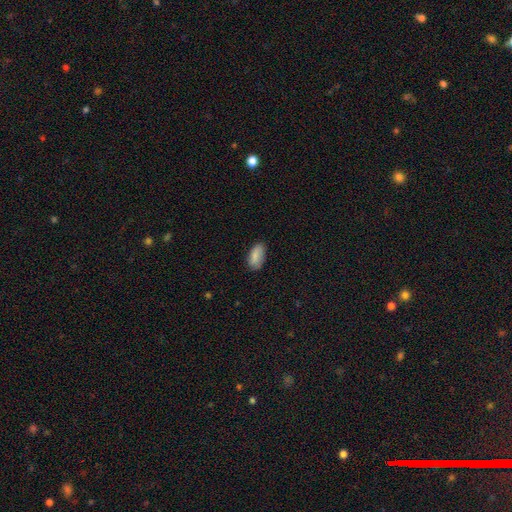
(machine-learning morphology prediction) Q: Smooth or featured?
A: smooth (85%); runner-up: featured or disk (9%)
Q: How rounded?
A: in between (91%); runner-up: cigar-shaped (6%)
Q: Merging?
A: none (79%); runner-up: minor disturbance (17%)